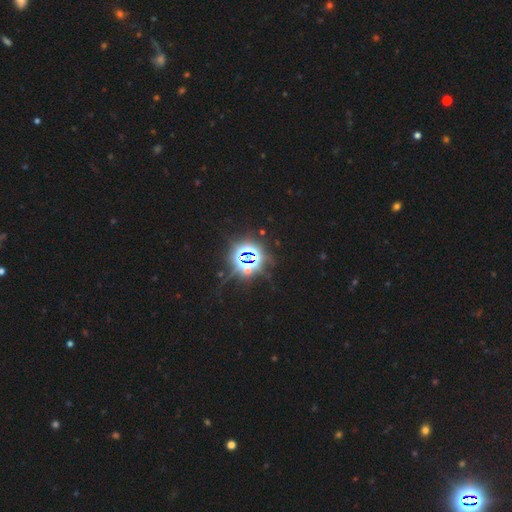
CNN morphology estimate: star or artifact 83%, smooth 9%, featured or disk 7%.